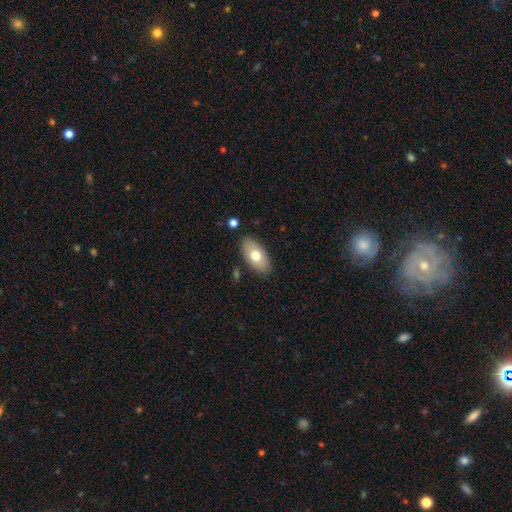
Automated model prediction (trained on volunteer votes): A smooth galaxy with no disk features (70%) that is in between round and cigar-shaped (93%).

Vote fractions:
- Smooth or featured? smooth: 70% / featured or disk: 24% / star or artifact: 6%
- How rounded? in between: 93% / round: 4% / cigar-shaped: 4%
- Merging? none: 85% / minor disturbance: 10% / merger: 2% / major disturbance: 2%